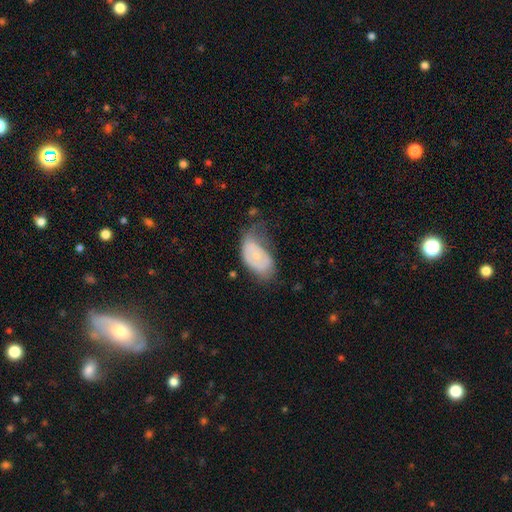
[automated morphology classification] Smooth or featured?
  - smooth: 51% *
  - featured or disk: 41%
  - star or artifact: 7%
How rounded?
  - in between: 93% *
  - round: 5%
  - cigar-shaped: 2%
Merging?
  - minor disturbance: 39% *
  - none: 33%
  - major disturbance: 25%
  - merger: 3%